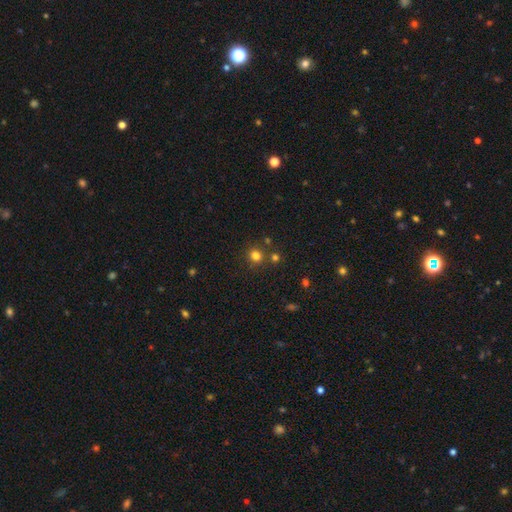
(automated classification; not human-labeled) smooth 77%, star or artifact 18%, featured or disk 6%. Down the decision tree: how rounded — round (87%); merging — none (78%).